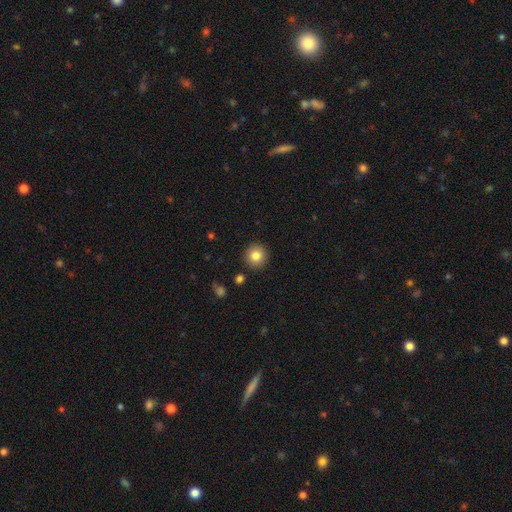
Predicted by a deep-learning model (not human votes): A smooth galaxy with no disk features (83%) that is round (94%). Merging: none (91%).